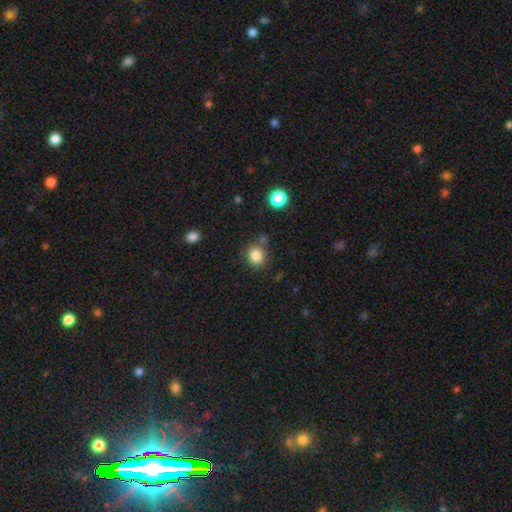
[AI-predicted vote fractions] A smooth galaxy with no disk features (84%) that is round (86%). Merging: none (74%).